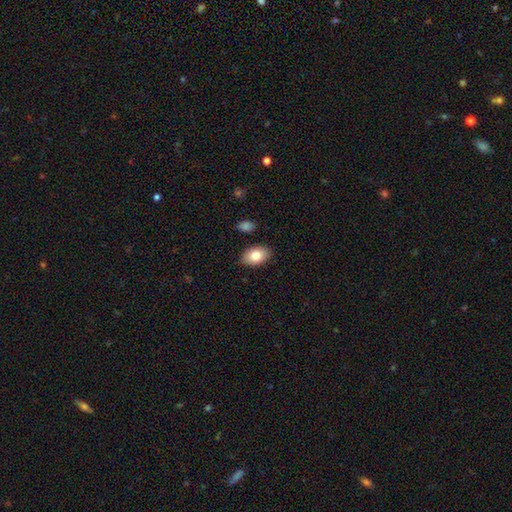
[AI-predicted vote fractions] Q: Smooth or featured?
A: smooth (81%); runner-up: featured or disk (12%)
Q: How rounded?
A: in between (89%); runner-up: round (9%)
Q: Merging?
A: none (86%); runner-up: minor disturbance (10%)